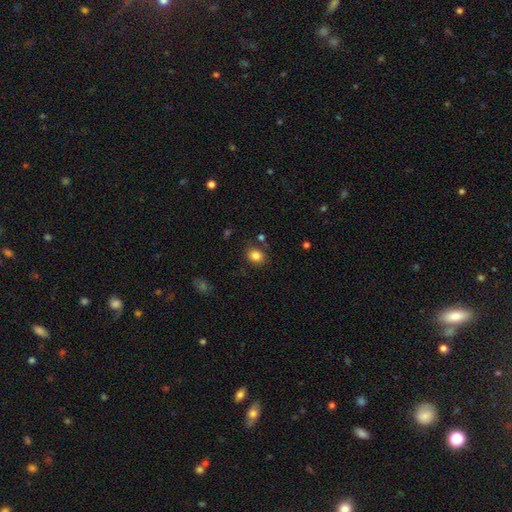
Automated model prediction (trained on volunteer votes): A smooth galaxy with no disk features (84%) that is round (55%). Merging: none (78%).